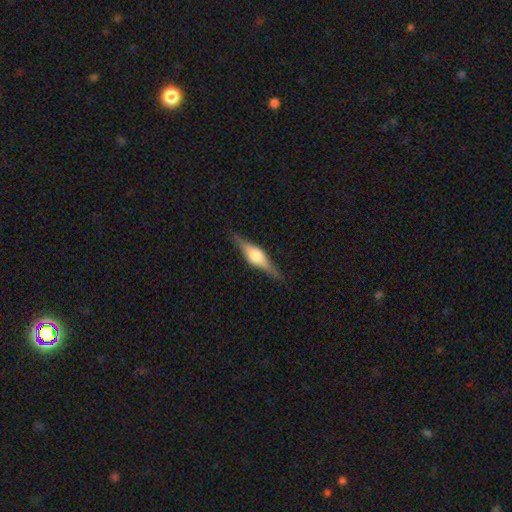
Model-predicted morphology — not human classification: A featured or disk galaxy (72%) viewed edge-on (97%) with a rounded central bulge (86%).

Vote fractions:
- Smooth or featured? featured or disk: 72% / smooth: 22% / star or artifact: 6%
- Edge-on disk? yes: 97% / no: 3%
- Edge-on bulge? rounded: 86% / boxy: 12% / none: 2%
- Merging? none: 87% / minor disturbance: 10% / major disturbance: 2% / merger: 1%